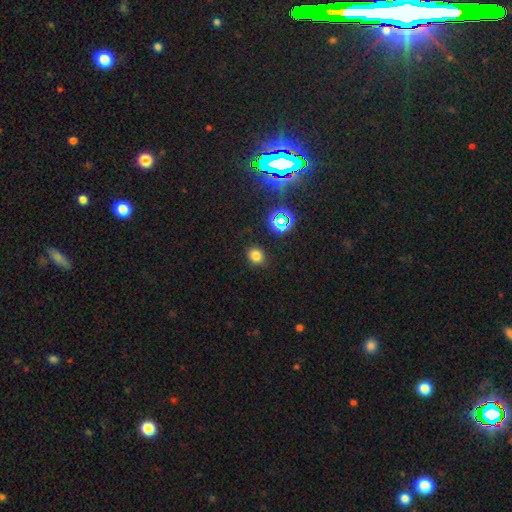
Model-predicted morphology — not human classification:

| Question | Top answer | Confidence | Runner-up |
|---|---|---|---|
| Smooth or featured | smooth | 75% | star or artifact (19%) |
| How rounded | round | 57% | in between (42%) |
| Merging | none | 86% | minor disturbance (10%) |